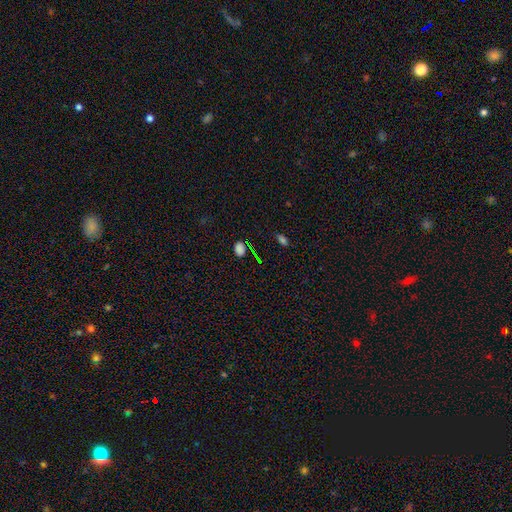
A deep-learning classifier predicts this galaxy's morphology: Smooth or featured: smooth — 55% (star or artifact — 38%)
How rounded: in between — 56% (round — 32%)
Merging: none — 83% (minor disturbance — 10%)